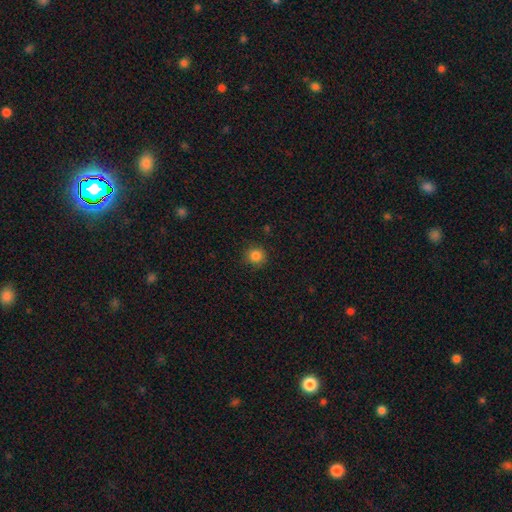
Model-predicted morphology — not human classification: smooth-or-featured: smooth: 84% | star or artifact: 12% | featured or disk: 4%
  how-rounded: round: 93% | in between: 6% | cigar-shaped: 1%
  merging: none: 88% | minor disturbance: 9% | major disturbance: 2% | merger: 1%